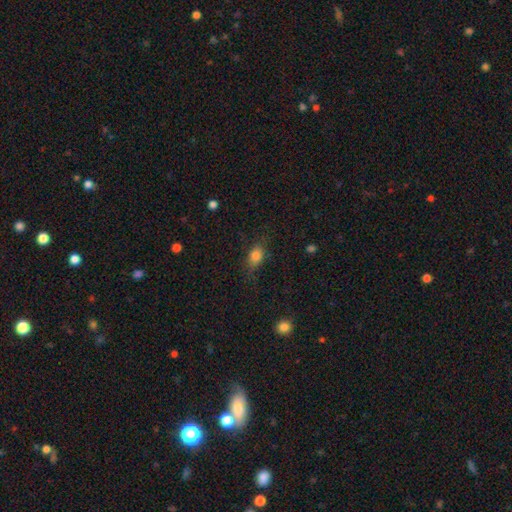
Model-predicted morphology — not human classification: smooth 79%, star or artifact 11%, featured or disk 10%. Down the decision tree: how rounded — in between (73%); merging — none (68%).